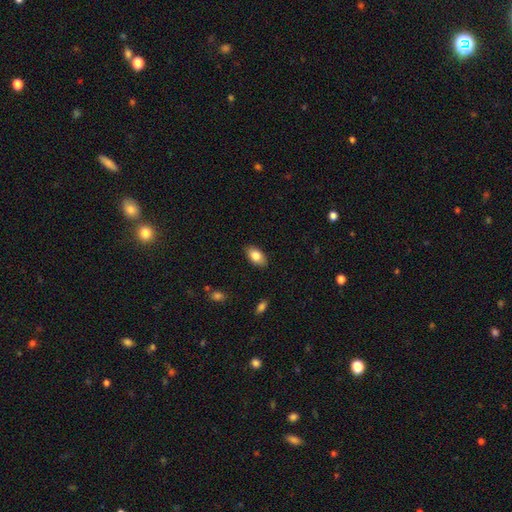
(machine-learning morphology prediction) A smooth galaxy with no disk features (83%) that is in between round and cigar-shaped (93%). Merging: none (87%).